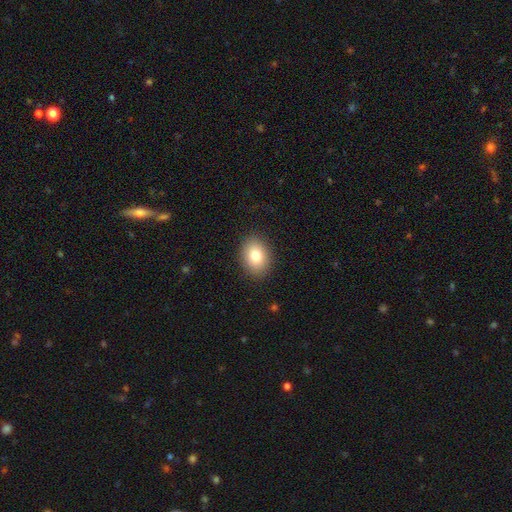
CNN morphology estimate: Overall: smooth (81%). How rounded: in between (65%; round 34%). Merging: none (88%).